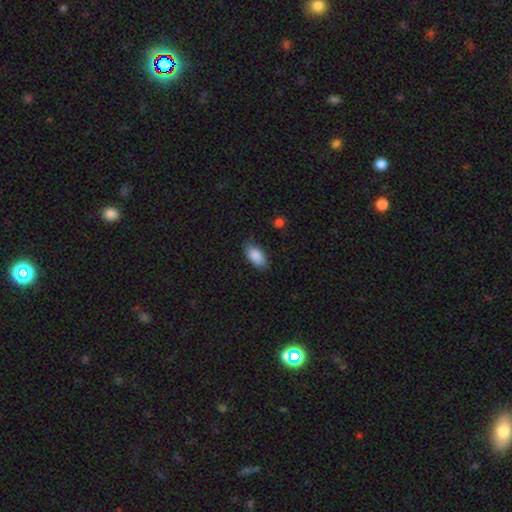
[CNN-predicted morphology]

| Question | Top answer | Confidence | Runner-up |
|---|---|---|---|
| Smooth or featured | smooth | 88% | star or artifact (6%) |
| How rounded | in between | 93% | cigar-shaped (4%) |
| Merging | none | 81% | minor disturbance (15%) |